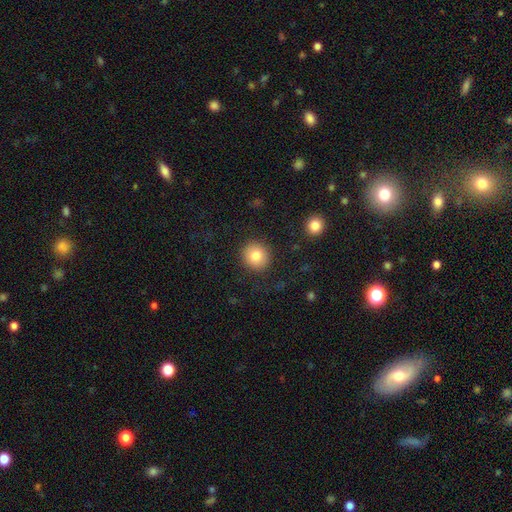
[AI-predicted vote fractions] smooth_or_featured: smooth (p=0.81) [alt: featured or disk p=0.10]
how_rounded: round (p=0.90) [alt: in between p=0.09]
merging: none (p=0.90) [alt: minor disturbance p=0.07]